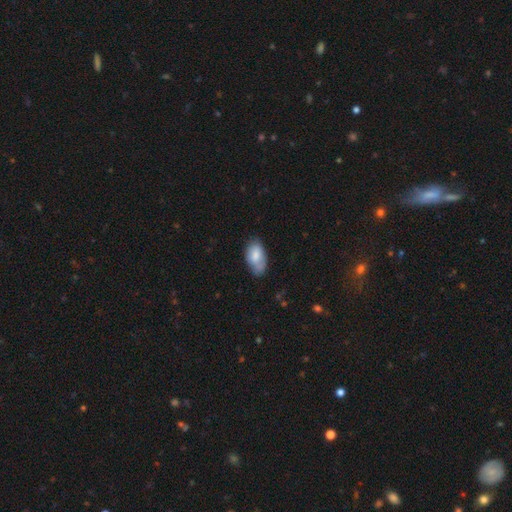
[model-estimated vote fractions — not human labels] This appears to be a smooth galaxy with no disk features (77%) that is in between round and cigar-shaped (94%). Merging: none (58%).